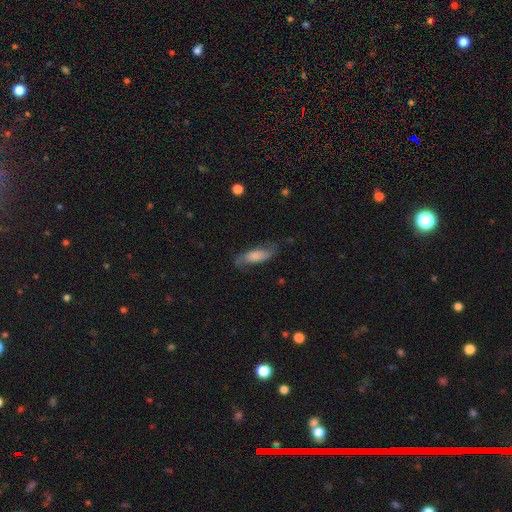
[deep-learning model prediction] This appears to be a smooth galaxy with no disk features (53%) that is in between round and cigar-shaped (64%). Merging: none (66%).